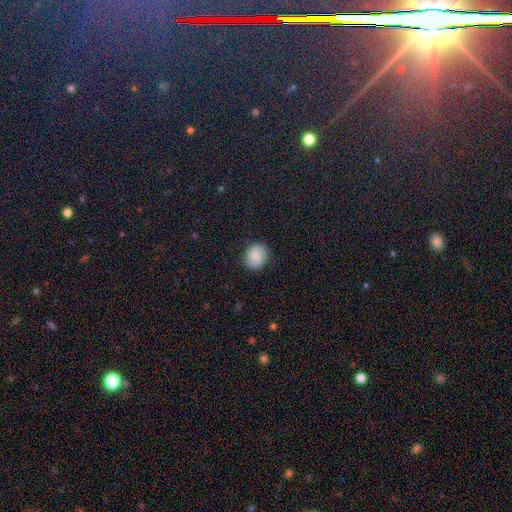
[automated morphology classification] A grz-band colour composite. It shows a smooth galaxy with no disk features (77%) that is round (73%). Merging: none (86%).